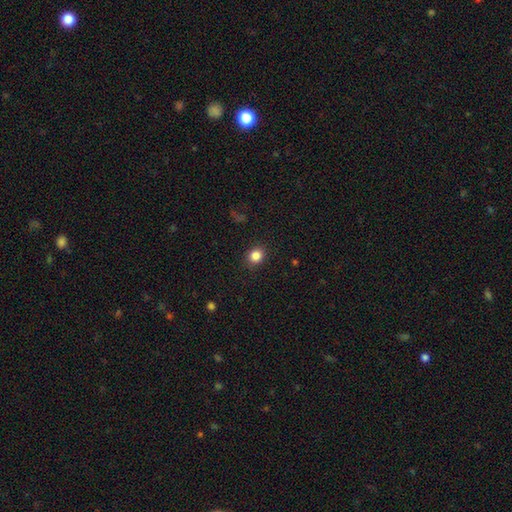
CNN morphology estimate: A smooth galaxy with no disk features (85%) that is round (75%).

Vote fractions:
- Smooth or featured? smooth: 85% / star or artifact: 11% / featured or disk: 5%
- How rounded? round: 75% / in between: 24% / cigar-shaped: 1%
- Merging? none: 90% / minor disturbance: 7% / major disturbance: 2% / merger: 1%